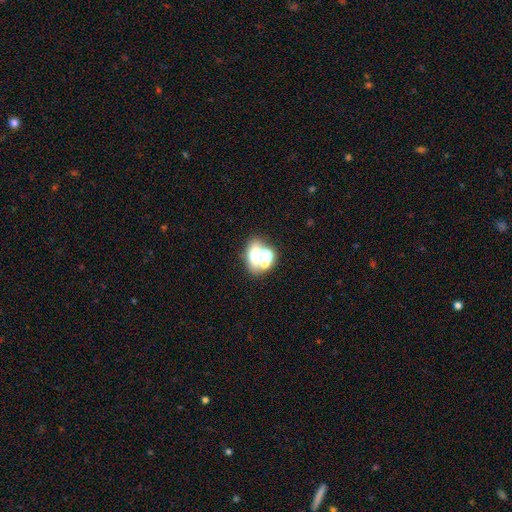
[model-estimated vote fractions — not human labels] Smooth or featured? Predicted: smooth (p=0.47). Merging? Predicted: merger (p=0.44).